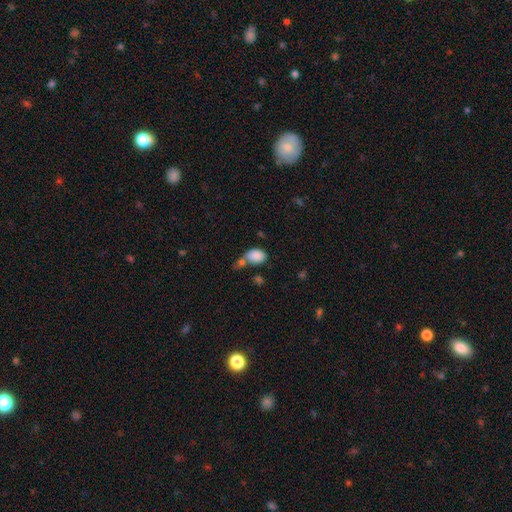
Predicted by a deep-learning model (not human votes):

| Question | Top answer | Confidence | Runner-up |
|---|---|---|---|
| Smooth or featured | smooth | 86% | star or artifact (8%) |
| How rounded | in between | 81% | round (18%) |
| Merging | none | 44% | merger (33%) |